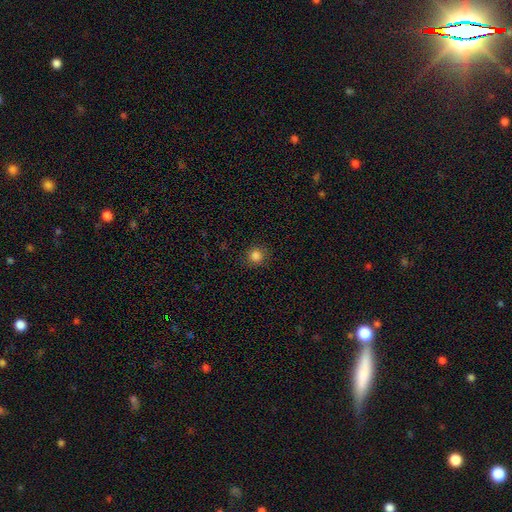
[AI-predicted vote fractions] smooth_or_featured: smooth (p=0.84) [alt: star or artifact p=0.13]
how_rounded: round (p=0.92) [alt: in between p=0.07]
merging: none (p=0.90) [alt: minor disturbance p=0.07]